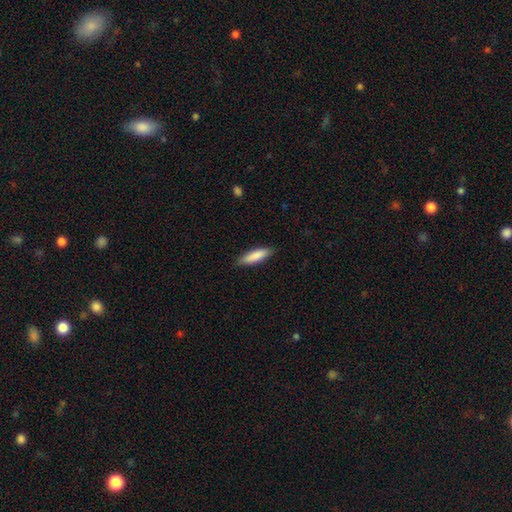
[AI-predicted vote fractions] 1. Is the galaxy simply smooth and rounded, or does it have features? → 86% smooth, 9% featured or disk, 6% star or artifact.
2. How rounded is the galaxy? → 59% cigar-shaped, 40% in between, 1% round.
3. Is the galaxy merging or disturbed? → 85% none, 12% minor disturbance, 2% major disturbance, 1% merger.